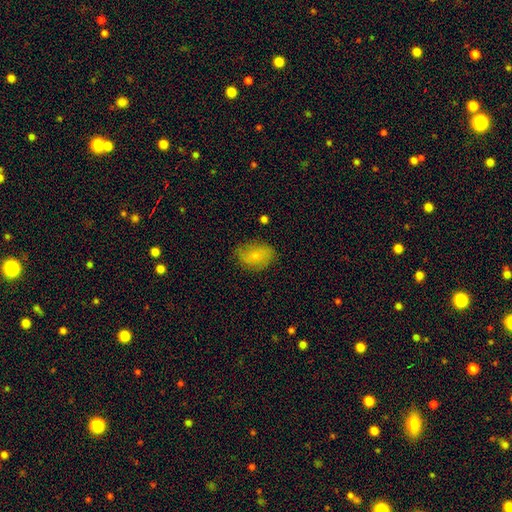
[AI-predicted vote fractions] smooth 71%, featured or disk 21%, star or artifact 8%. Down the decision tree: how rounded — in between (73%); merging — none (74%).